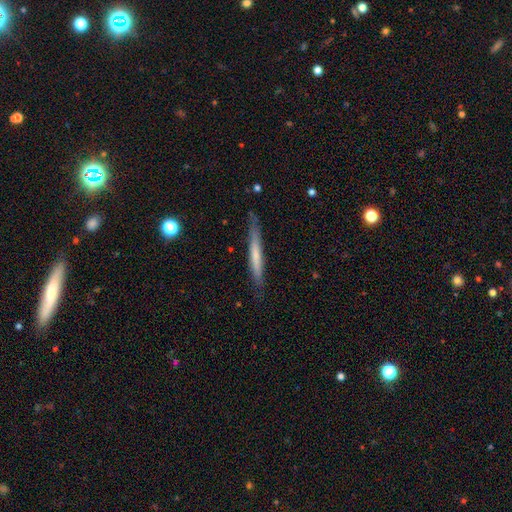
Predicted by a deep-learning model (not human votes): This is possibly a smooth galaxy (54%). How rounded: clearly cigar-shaped (96%). Merging: clearly none (80%).